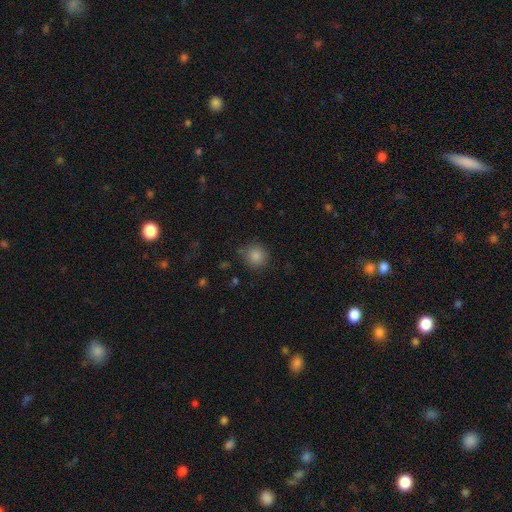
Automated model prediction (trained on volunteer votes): A smooth galaxy with no disk features (85%) that is round (91%). Merging: none (82%).